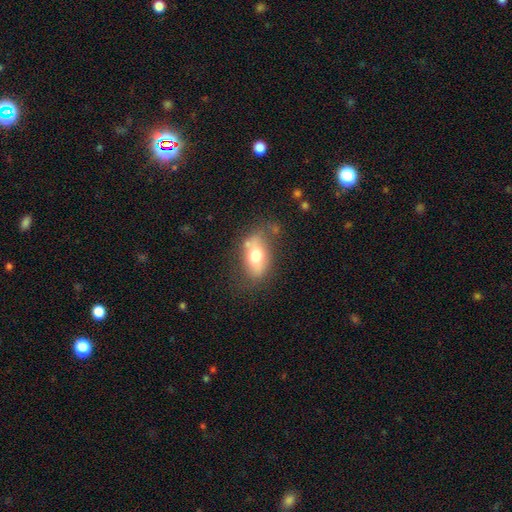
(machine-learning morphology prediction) The model was most divided on "smooth or featured": smooth: 64%, featured or disk: 28%, star or artifact: 8%. More confident: how rounded — in between (87%); merging — none (62%).